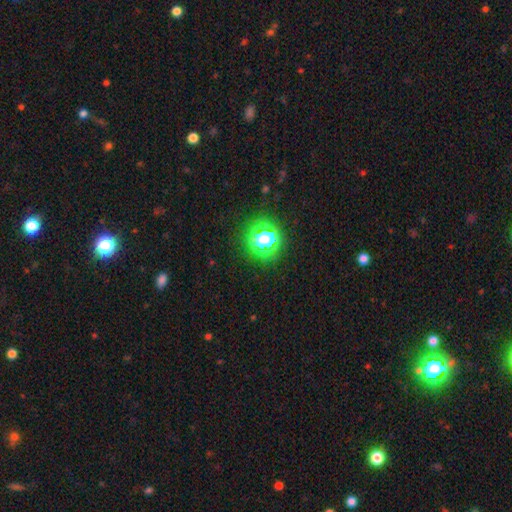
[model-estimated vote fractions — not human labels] Q: Smooth or featured?
A: star or artifact (75%); runner-up: smooth (19%)